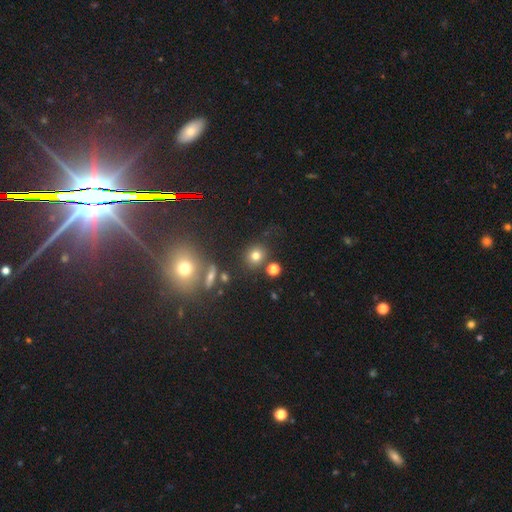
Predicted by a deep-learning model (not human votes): Smooth or featured? Predicted: smooth (p=0.74). How rounded? Predicted: round (p=0.83). Merging? Predicted: none (p=0.80).